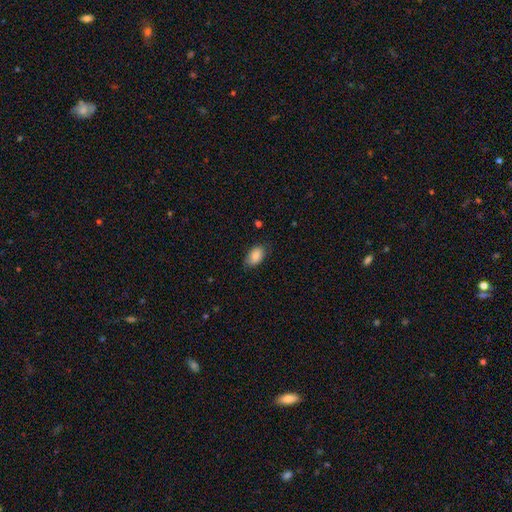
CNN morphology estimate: This appears to be a smooth galaxy with no disk features (87%) that is in between round and cigar-shaped (92%). Merging: none (76%).